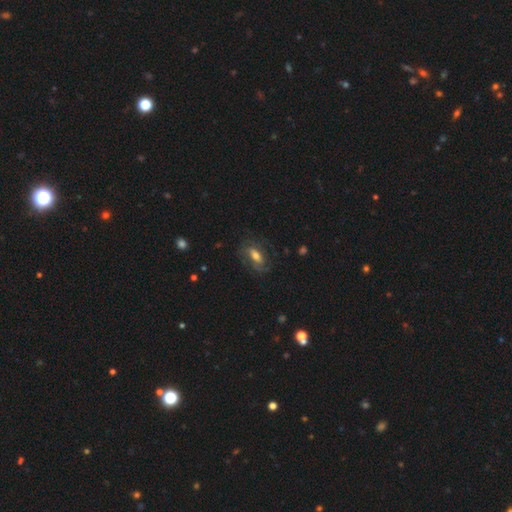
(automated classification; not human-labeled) smooth-or-featured: featured or disk: 55% | smooth: 37% | star or artifact: 8%
  disk-edge-on: no: 88% | yes: 12%
  merging: none: 65% | minor disturbance: 20% | major disturbance: 13% | merger: 1%